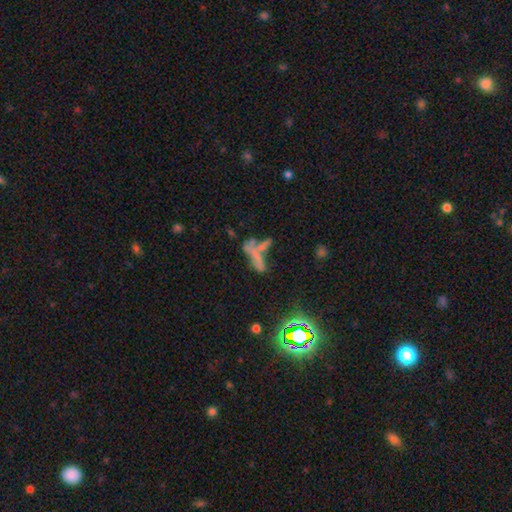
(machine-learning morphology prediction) The model was most divided on "merging": merger: 42%, none: 30%, major disturbance: 15%, minor disturbance: 12%. Remaining: smooth or featured — smooth (44%).